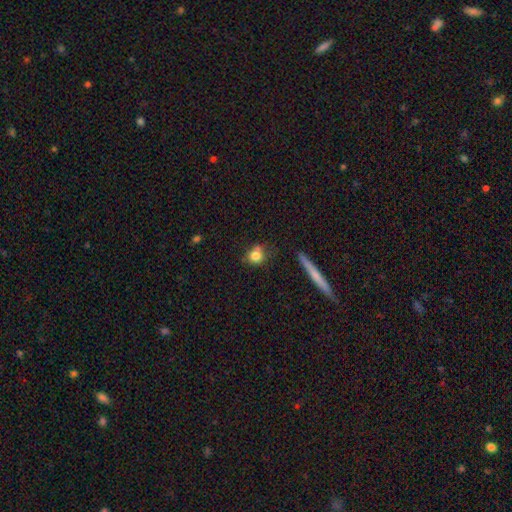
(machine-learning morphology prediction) type=smooth (78%); roundness=round (74%); merging=none (62%).